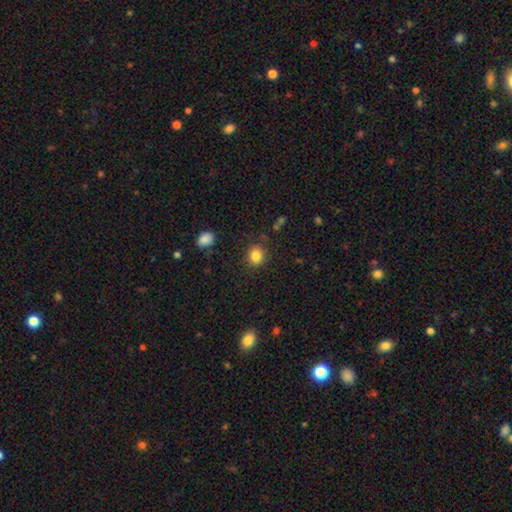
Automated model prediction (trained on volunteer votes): Smooth or featured? Predicted: smooth (p=0.84). How rounded? Predicted: round (p=0.71). Merging? Predicted: none (p=0.83).